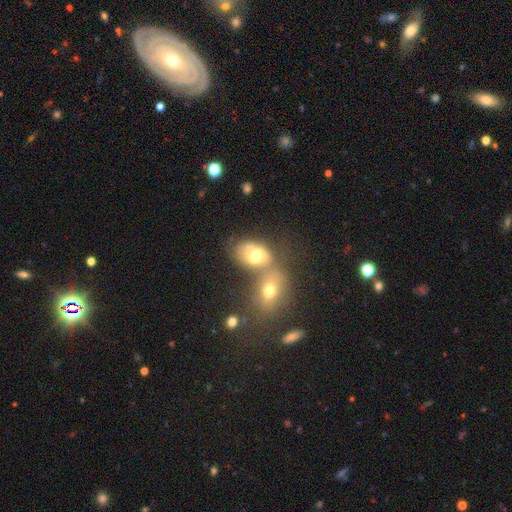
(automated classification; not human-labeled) This is possibly a smooth galaxy (55%). How rounded: likely in between (75%). Merging: possibly merger (52%).